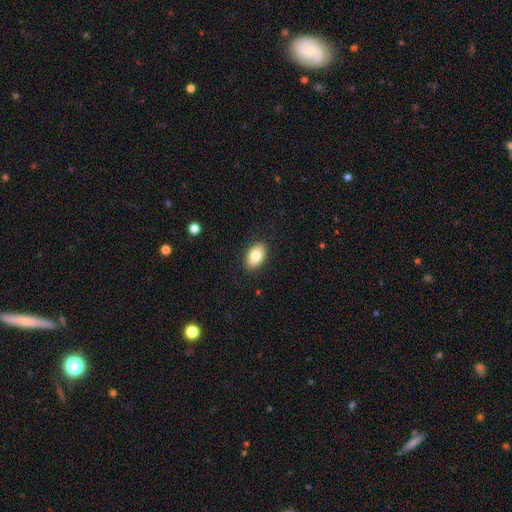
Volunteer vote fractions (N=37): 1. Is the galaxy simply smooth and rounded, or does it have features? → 89% smooth, 8% featured or disk, 3% star or artifact.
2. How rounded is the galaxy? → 100% in between, 0% round, 0% cigar-shaped.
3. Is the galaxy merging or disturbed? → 94% none, 6% minor disturbance, 0% major disturbance, 0% merger.